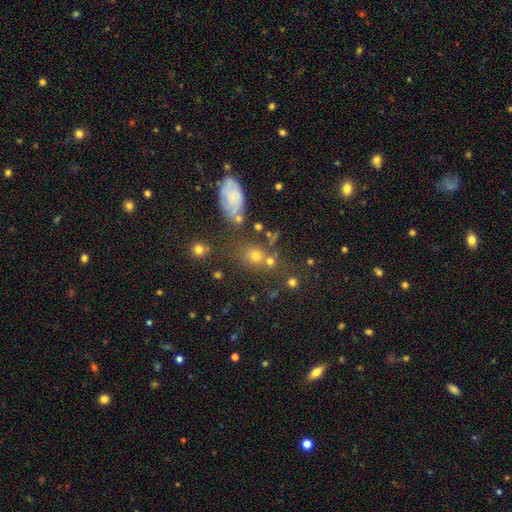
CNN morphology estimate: Smooth or featured? Predicted: smooth (p=0.56). How rounded? Predicted: round (p=0.59). Merging? Predicted: none (p=0.65).